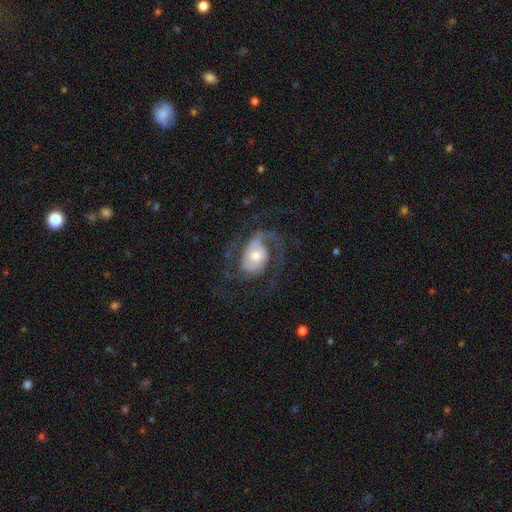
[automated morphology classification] Smooth or featured? Predicted: featured or disk (p=0.85). Edge-on disk? Predicted: no (p=0.97). Bar? Predicted: no (p=0.58). Spiral arms? Predicted: yes (p=0.96). Spiral winding? Predicted: medium (p=0.52). Spiral arm count? Predicted: 2 (p=0.73). Bulge size? Predicted: moderate (p=0.55). Merging? Predicted: none (p=0.62).